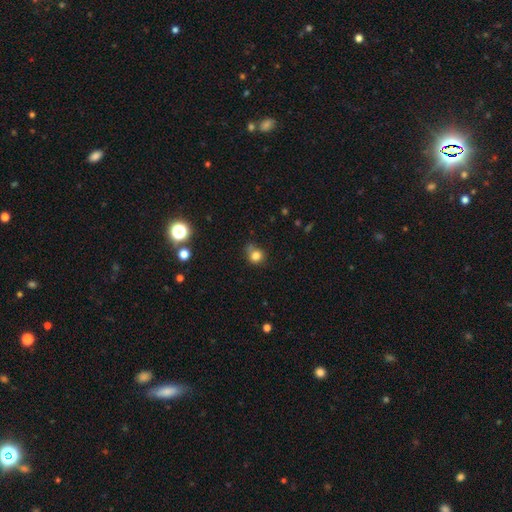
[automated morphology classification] Overall: smooth (80%). How rounded: round (77%). Merging: none (56%; minor disturbance 28%).